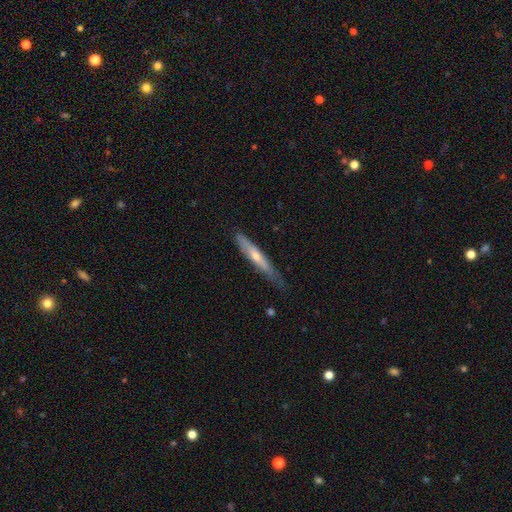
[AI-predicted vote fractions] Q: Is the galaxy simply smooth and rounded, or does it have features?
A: featured or disk — 49%.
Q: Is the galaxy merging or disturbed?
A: none — 69%.